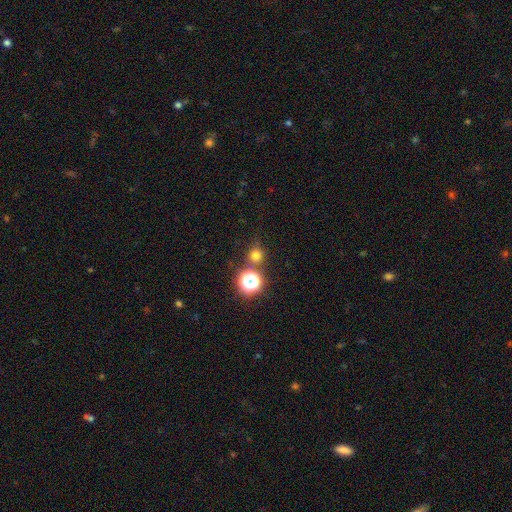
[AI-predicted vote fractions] Q: Smooth or featured?
A: smooth (69%); runner-up: star or artifact (25%)
Q: How rounded?
A: round (91%); runner-up: in between (8%)
Q: Merging?
A: none (77%); runner-up: merger (11%)